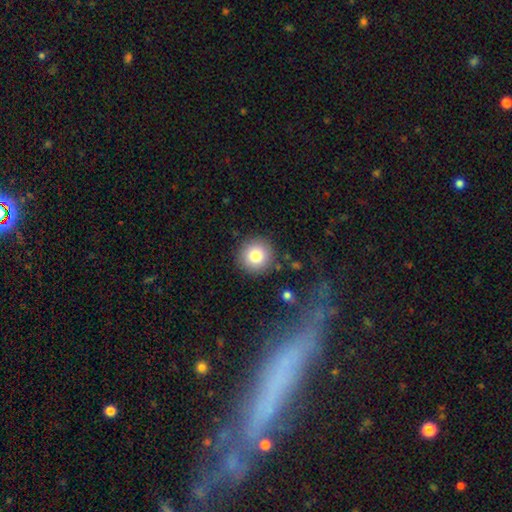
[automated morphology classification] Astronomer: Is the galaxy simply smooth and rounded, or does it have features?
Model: smooth — 80%.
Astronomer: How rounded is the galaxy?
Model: round — 95%.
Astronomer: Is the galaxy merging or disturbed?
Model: none — 89%.